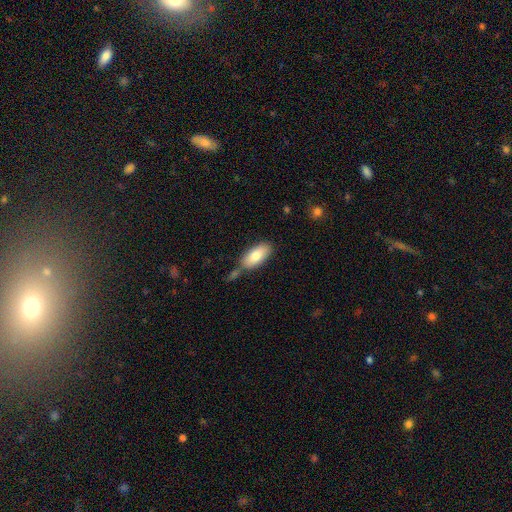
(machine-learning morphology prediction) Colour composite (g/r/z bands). It shows a smooth galaxy with no disk features (80%) that is in between round and cigar-shaped (91%). Merging: none (64%).